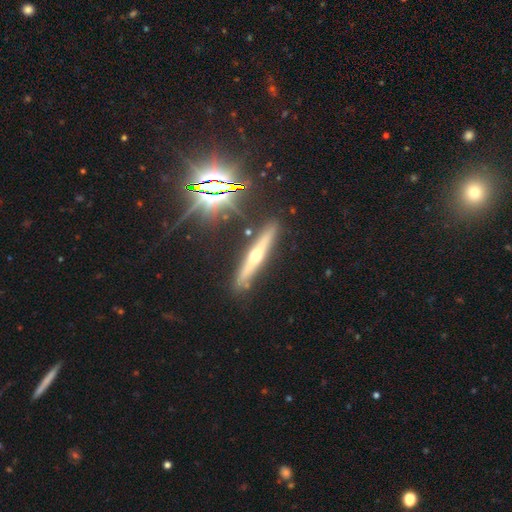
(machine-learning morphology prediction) Smooth or featured?
  - featured or disk: 62% *
  - smooth: 24%
  - star or artifact: 14%
Edge-on disk?
  - yes: 94% *
  - no: 6%
Edge-on bulge?
  - rounded: 88% *
  - none: 9%
  - boxy: 3%
Merging?
  - none: 87% *
  - minor disturbance: 9%
  - merger: 2%
  - major disturbance: 2%